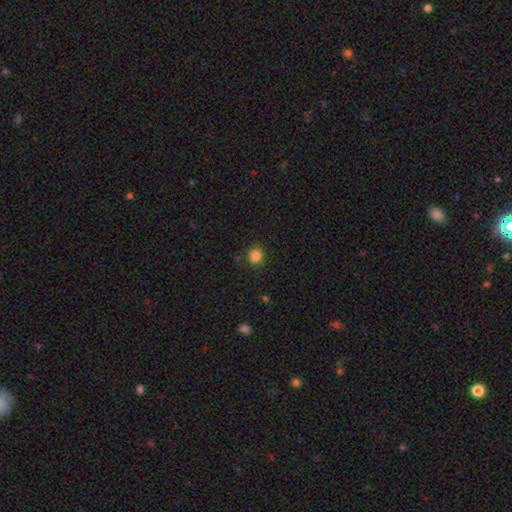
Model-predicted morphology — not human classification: Smooth or featured? Predicted: smooth (p=0.84). How rounded? Predicted: round (p=0.80). Merging? Predicted: none (p=0.85).